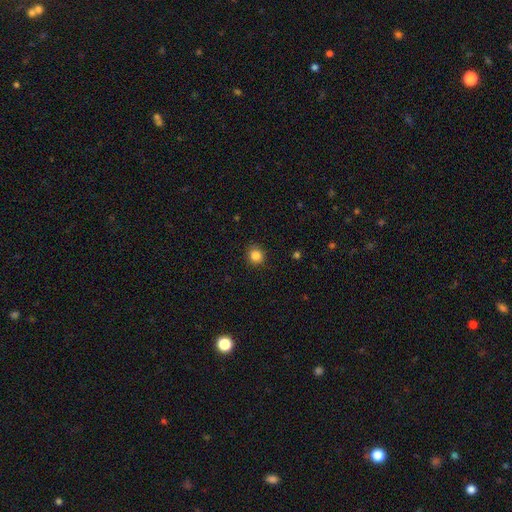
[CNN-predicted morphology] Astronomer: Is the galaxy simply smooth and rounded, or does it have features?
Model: smooth — 85%.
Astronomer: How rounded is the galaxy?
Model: round — 89%.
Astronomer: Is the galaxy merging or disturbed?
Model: none — 88%.